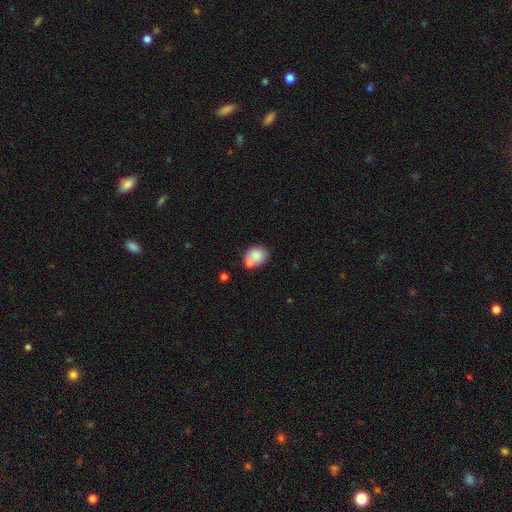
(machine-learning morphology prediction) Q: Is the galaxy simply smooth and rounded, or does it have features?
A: smooth — 80%.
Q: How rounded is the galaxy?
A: round — 60%.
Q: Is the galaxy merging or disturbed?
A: none — 48%.